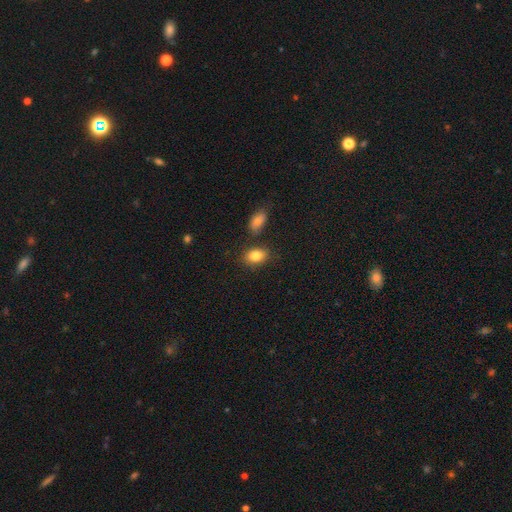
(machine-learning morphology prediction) smooth_or_featured: smooth (p=0.84) [alt: star or artifact p=0.09]
how_rounded: in between (p=0.78) [alt: round p=0.21]
merging: none (p=0.76) [alt: minor disturbance p=0.12]